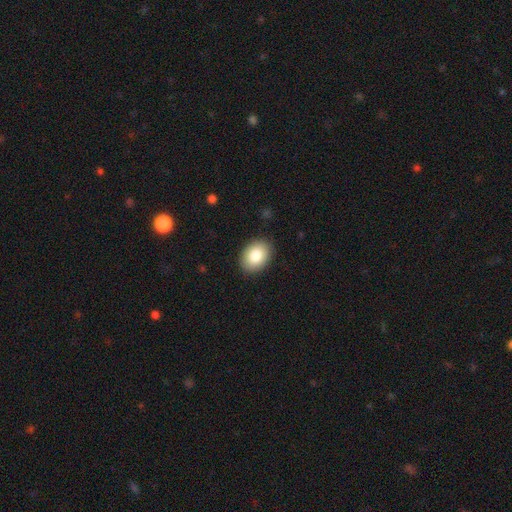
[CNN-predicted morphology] This is clearly a smooth galaxy (84%). How rounded: likely in between (76%). Merging: clearly none (89%).